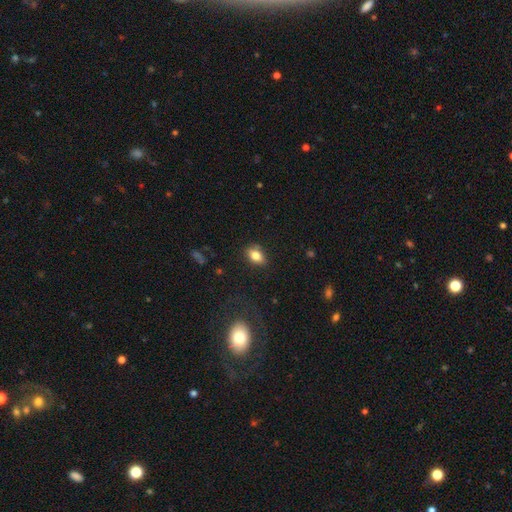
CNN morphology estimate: smooth_or_featured: smooth (p=0.80) [alt: featured or disk p=0.10]
how_rounded: in between (p=0.85) [alt: round p=0.13]
merging: none (p=0.82) [alt: minor disturbance p=0.13]